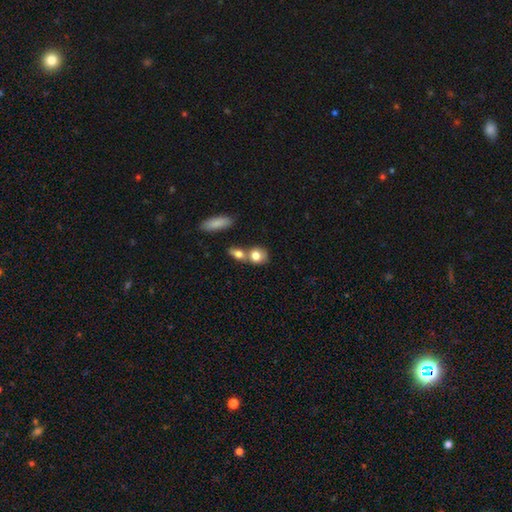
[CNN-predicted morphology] Smooth or featured?
  - smooth: 79% *
  - featured or disk: 13%
  - star or artifact: 8%
How rounded?
  - round: 55% *
  - in between: 42%
  - cigar-shaped: 3%
Merging?
  - merger: 47% *
  - none: 39%
  - minor disturbance: 10%
  - major disturbance: 4%